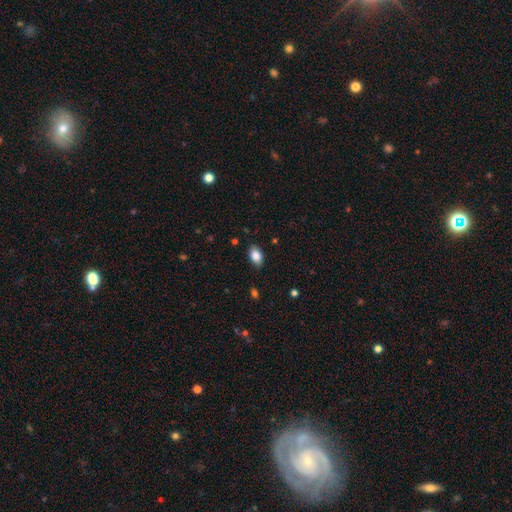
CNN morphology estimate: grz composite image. It shows a smooth galaxy with no disk features (85%) that is in between round and cigar-shaped (88%). Merging: none (85%).